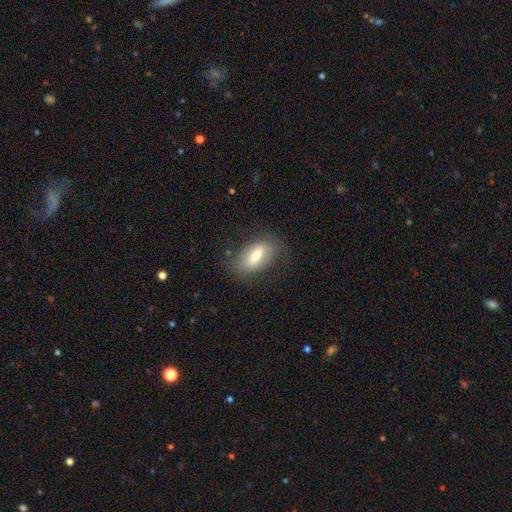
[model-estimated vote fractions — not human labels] A smooth galaxy with no disk features (66%) that is in between round and cigar-shaped (84%).

Vote fractions:
- Smooth or featured? smooth: 66% / featured or disk: 26% / star or artifact: 8%
- How rounded? in between: 84% / cigar-shaped: 11% / round: 5%
- Merging? none: 75% / minor disturbance: 18% / major disturbance: 6% / merger: 1%